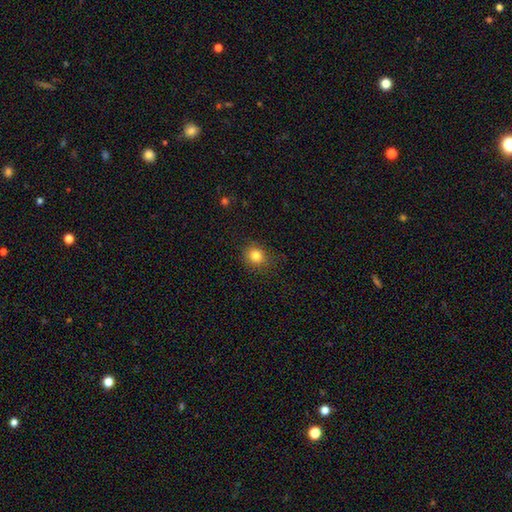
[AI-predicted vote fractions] A smooth galaxy with no disk features (82%) that is round (85%).

Vote fractions:
- Smooth or featured? smooth: 82% / star or artifact: 12% / featured or disk: 6%
- How rounded? round: 85% / in between: 14% / cigar-shaped: 1%
- Merging? none: 85% / minor disturbance: 10% / major disturbance: 3% / merger: 1%